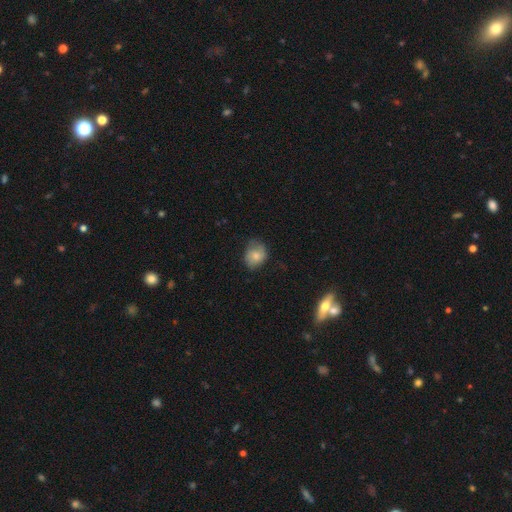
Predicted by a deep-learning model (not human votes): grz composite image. It shows a smooth galaxy with no disk features (74%) that is round (56%). Merging: none (63%).